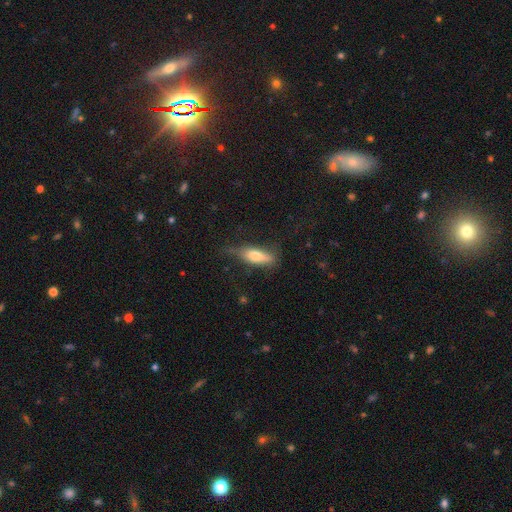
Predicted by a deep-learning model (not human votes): Morphology: type=smooth (66%); roundness=in between (53%); merging=none (56%).